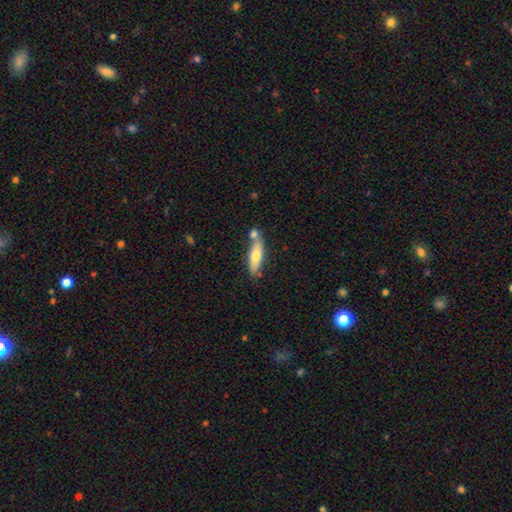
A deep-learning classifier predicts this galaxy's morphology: Q: Smooth or featured?
A: smooth (65%); runner-up: featured or disk (30%)
Q: How rounded?
A: cigar-shaped (58%); runner-up: in between (40%)
Q: Merging?
A: none (59%); runner-up: merger (23%)